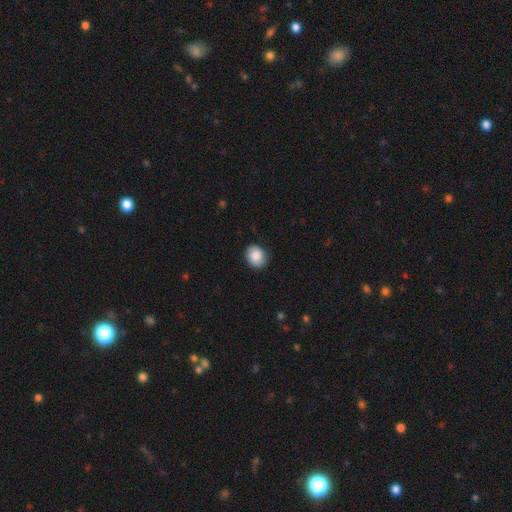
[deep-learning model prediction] Smooth or featured?
  - smooth: 88% *
  - star or artifact: 7%
  - featured or disk: 5%
How rounded?
  - in between: 51% *
  - round: 48%
  - cigar-shaped: 1%
Merging?
  - none: 88% *
  - minor disturbance: 9%
  - major disturbance: 2%
  - merger: 1%